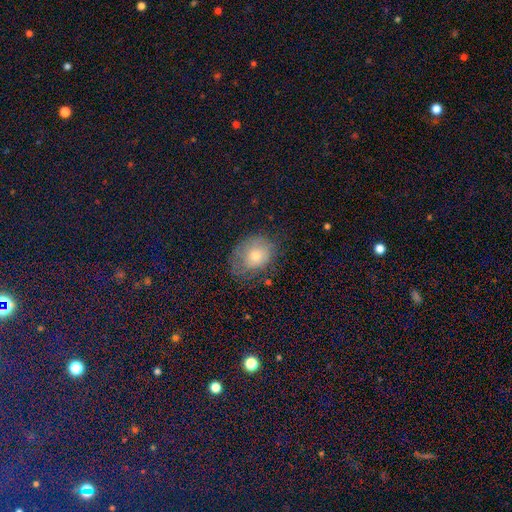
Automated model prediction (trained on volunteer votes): A smooth galaxy with no disk features (61%) that is in between round and cigar-shaped (55%). Merging: none (64%).